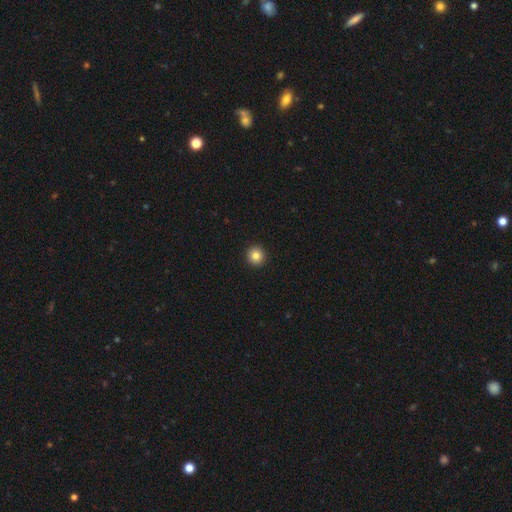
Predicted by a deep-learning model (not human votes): Smooth or featured: smooth — 84% (star or artifact — 10%)
How rounded: round — 94% (in between — 5%)
Merging: none — 94% (minor disturbance — 4%)